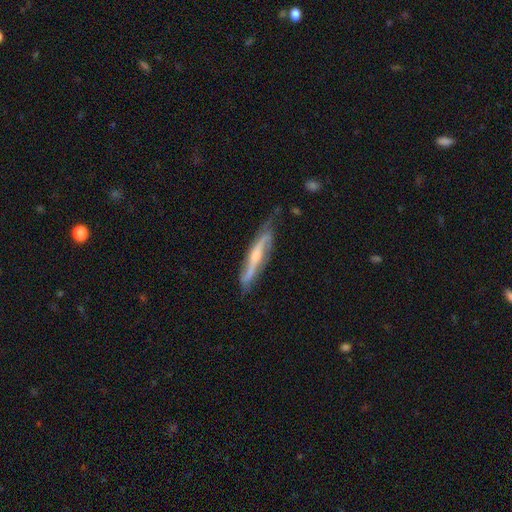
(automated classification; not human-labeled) Q: Smooth or featured?
A: featured or disk (78%); runner-up: smooth (17%)
Q: Edge-on disk?
A: no (53%); runner-up: yes (47%)
Q: Merging?
A: none (66%); runner-up: minor disturbance (25%)